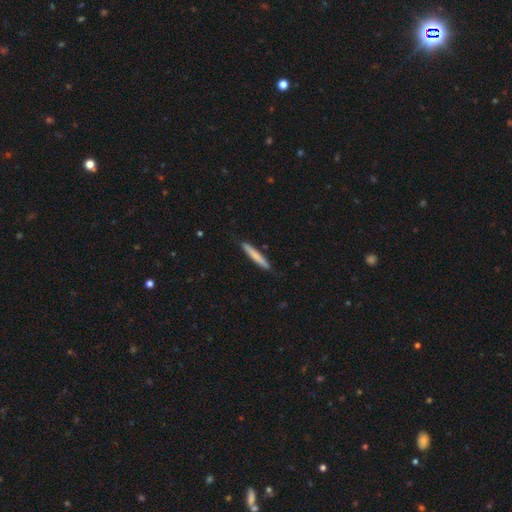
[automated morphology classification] This is likely a smooth galaxy (76%). How rounded: clearly cigar-shaped (96%). Merging: clearly none (87%).